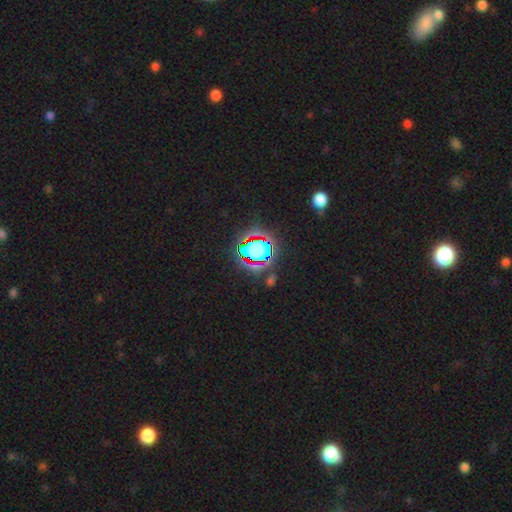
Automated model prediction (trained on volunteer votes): smooth-or-featured: star or artifact: 70% | smooth: 19% | featured or disk: 11%